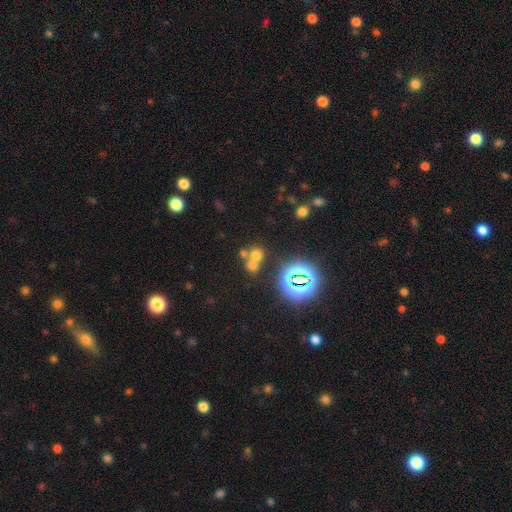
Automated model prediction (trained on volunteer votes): Smooth or featured: smooth — 54% (star or artifact — 32%)
How rounded: round — 78% (in between — 21%)
Merging: merger — 52% (none — 38%)